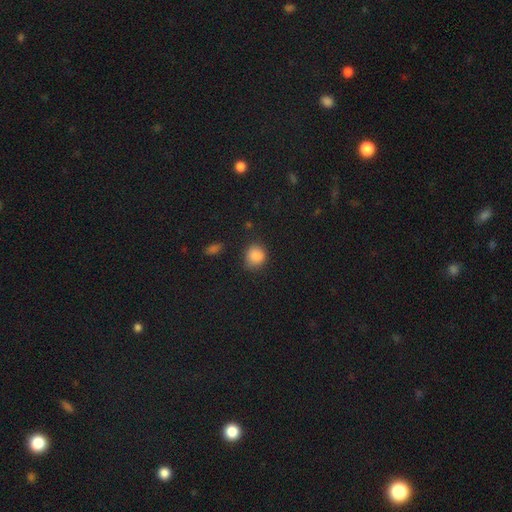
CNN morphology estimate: Smooth or featured?
  - smooth: 86% *
  - star or artifact: 10%
  - featured or disk: 4%
How rounded?
  - round: 76% *
  - in between: 23%
  - cigar-shaped: 1%
Merging?
  - none: 76% *
  - minor disturbance: 17%
  - major disturbance: 4%
  - merger: 2%